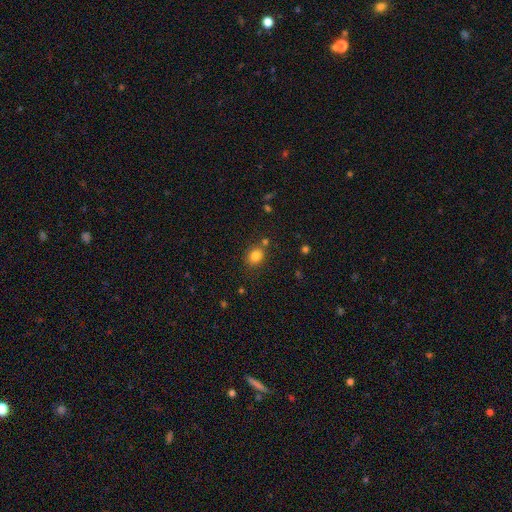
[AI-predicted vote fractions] Q: Smooth or featured?
A: smooth (83%); runner-up: star or artifact (12%)
Q: How rounded?
A: round (53%); runner-up: in between (46%)
Q: Merging?
A: none (73%); runner-up: minor disturbance (13%)